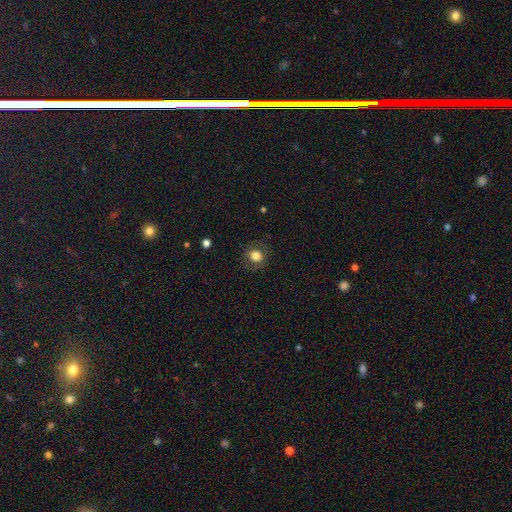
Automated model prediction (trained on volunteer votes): smooth-or-featured: smooth: 78% | featured or disk: 12% | star or artifact: 11%
  how-rounded: round: 79% | in between: 20% | cigar-shaped: 1%
  merging: none: 82% | minor disturbance: 12% | major disturbance: 6% | merger: 1%